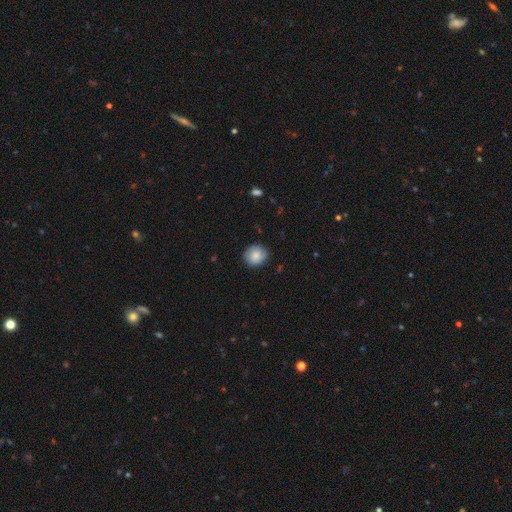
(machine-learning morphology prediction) Smooth or featured?
  - smooth: 80% *
  - featured or disk: 12%
  - star or artifact: 8%
How rounded?
  - round: 85% *
  - in between: 14%
  - cigar-shaped: 1%
Merging?
  - none: 85% *
  - minor disturbance: 12%
  - major disturbance: 2%
  - merger: 1%